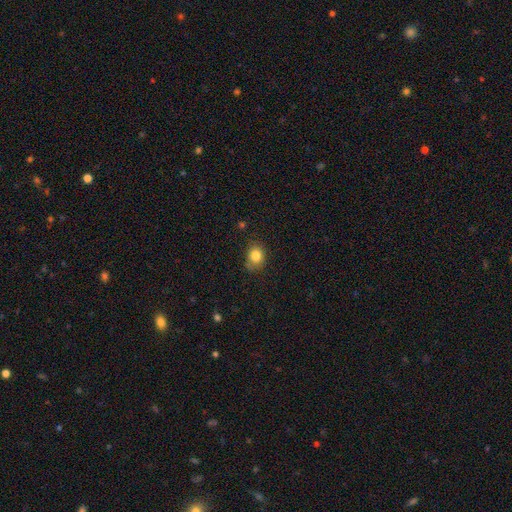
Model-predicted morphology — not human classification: A smooth galaxy with no disk features (84%) that is round (53%).

Vote fractions:
- Smooth or featured? smooth: 84% / star or artifact: 10% / featured or disk: 7%
- How rounded? round: 53% / in between: 46% / cigar-shaped: 1%
- Merging? none: 68% / minor disturbance: 24% / major disturbance: 5% / merger: 2%